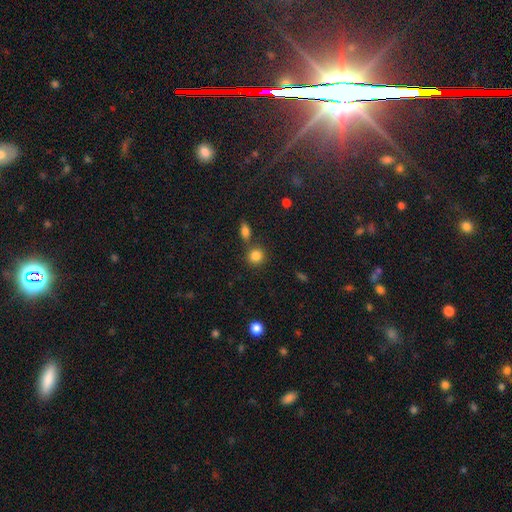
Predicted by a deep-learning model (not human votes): Smooth or featured? Predicted: smooth (p=0.84). How rounded? Predicted: round (p=0.86). Merging? Predicted: none (p=0.72).